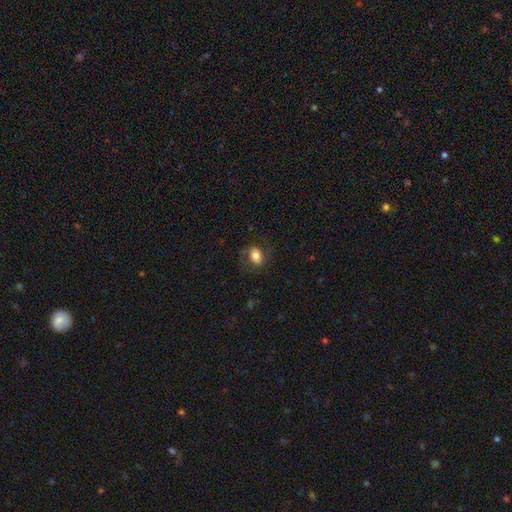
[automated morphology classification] smooth_or_featured: smooth (p=0.68) [alt: featured or disk p=0.24]
how_rounded: in between (p=0.76) [alt: round p=0.22]
merging: none (p=0.70) [alt: minor disturbance p=0.18]